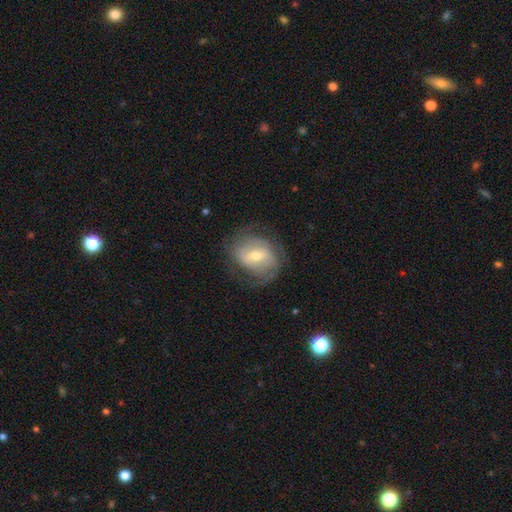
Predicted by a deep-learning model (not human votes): Smooth or featured: featured or disk — 62% (smooth — 30%)
Edge-on disk: no — 96% (yes — 4%)
Bar: weak — 49% (no — 27%)
Spiral arms: yes — 76% (no — 24%)
Bulge size: moderate — 57% (small — 36%)
Merging: none — 66% (minor disturbance — 19%)